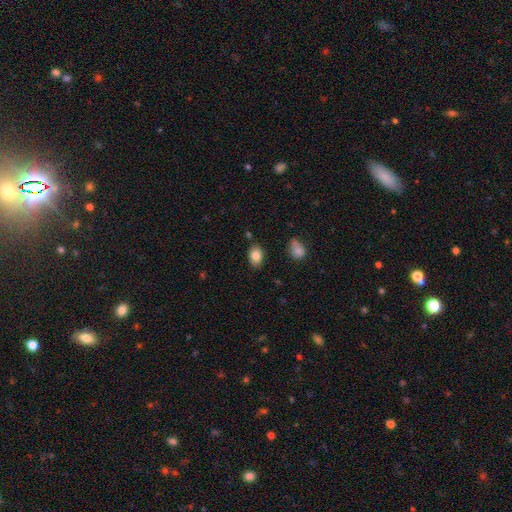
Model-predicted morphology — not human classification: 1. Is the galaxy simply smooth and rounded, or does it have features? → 83% smooth, 9% featured or disk, 8% star or artifact.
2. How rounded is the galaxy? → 80% in between, 19% round, 1% cigar-shaped.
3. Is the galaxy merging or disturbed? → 83% none, 11% minor disturbance, 3% merger, 2% major disturbance.